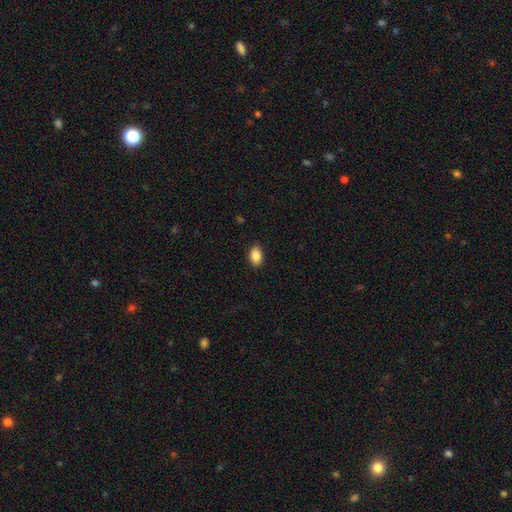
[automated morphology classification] Overall: smooth (89%). How rounded: in between (88%). Merging: none (88%).